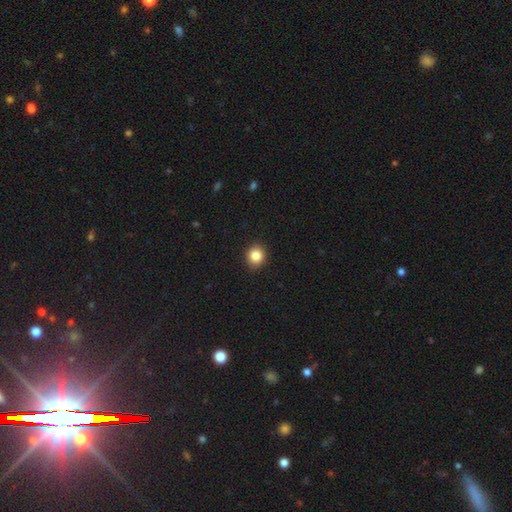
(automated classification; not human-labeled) The model was most divided on "how rounded": round: 81%, in between: 19%, cigar-shaped: 1%. More confident: merging — none (91%); smooth or featured — smooth (85%).